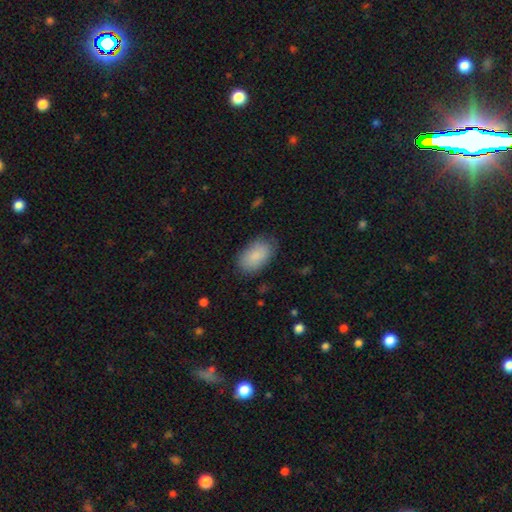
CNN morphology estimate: Smooth or featured? Predicted: smooth (p=0.88). How rounded? Predicted: in between (p=0.93). Merging? Predicted: none (p=0.79).